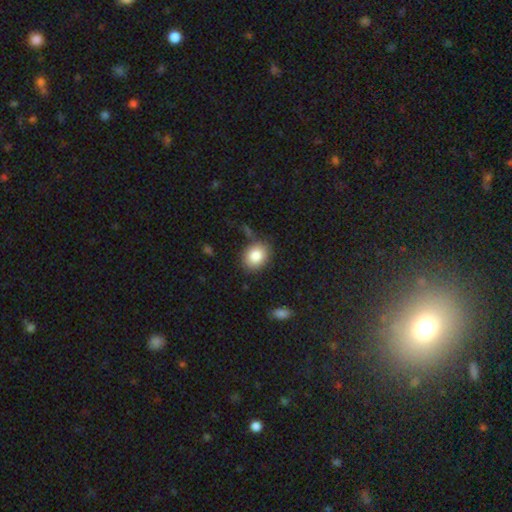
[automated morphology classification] Smooth or featured?
  - smooth: 85% *
  - star or artifact: 8%
  - featured or disk: 7%
How rounded?
  - in between: 54% *
  - round: 45%
  - cigar-shaped: 1%
Merging?
  - none: 79% *
  - minor disturbance: 13%
  - major disturbance: 4%
  - merger: 4%